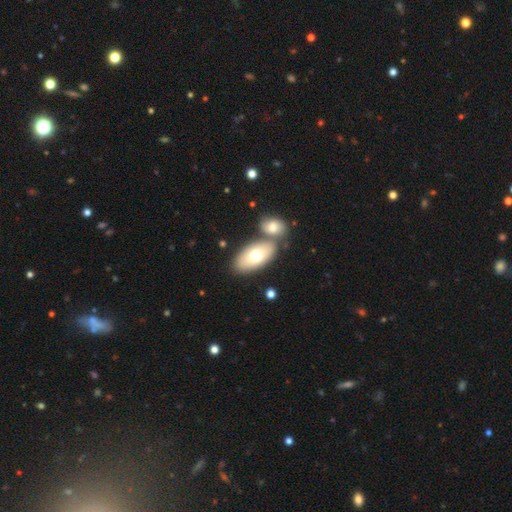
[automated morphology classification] smooth_or_featured: smooth (p=0.69) [alt: featured or disk p=0.24]
how_rounded: in between (p=0.93) [alt: round p=0.04]
merging: none (p=0.60) [alt: merger p=0.28]